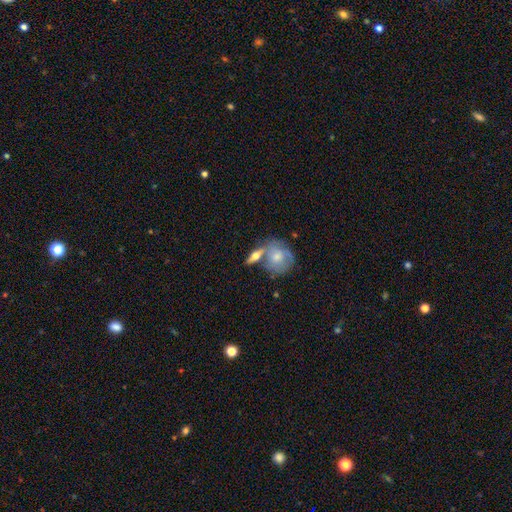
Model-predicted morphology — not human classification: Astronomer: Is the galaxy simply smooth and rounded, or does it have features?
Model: smooth — 49% (runner-up: featured or disk, 45%).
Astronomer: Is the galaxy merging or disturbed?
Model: none — 51% (runner-up: merger, 32%).